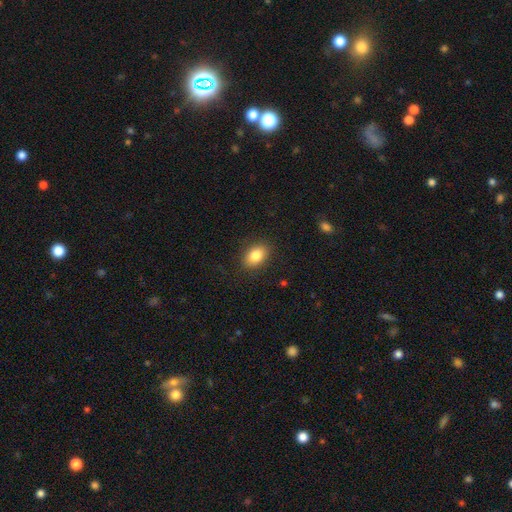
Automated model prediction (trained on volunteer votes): Smooth or featured? smooth (83%)
How rounded? in between (82%)
Merging? none (87%)